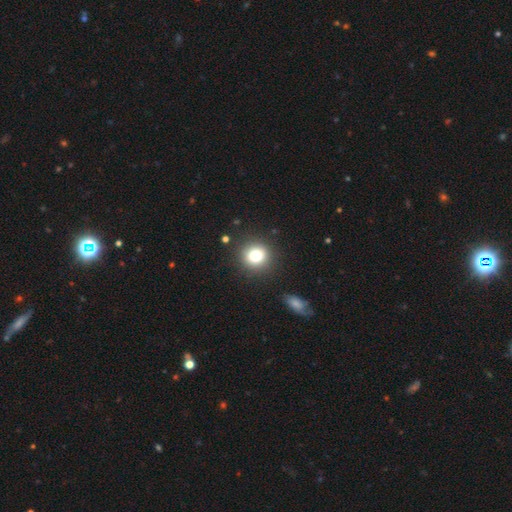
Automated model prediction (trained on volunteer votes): Smooth or featured: smooth — 79% (star or artifact — 12%)
How rounded: round — 89% (in between — 10%)
Merging: none — 88% (minor disturbance — 7%)